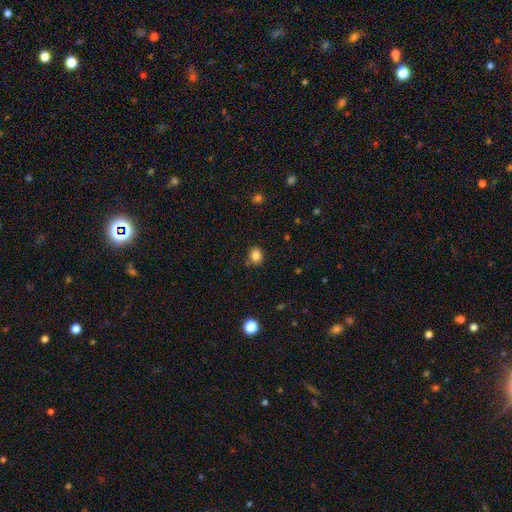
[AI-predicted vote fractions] This appears to be a smooth galaxy with no disk features (83%) that is round (58%). Merging: none (83%).